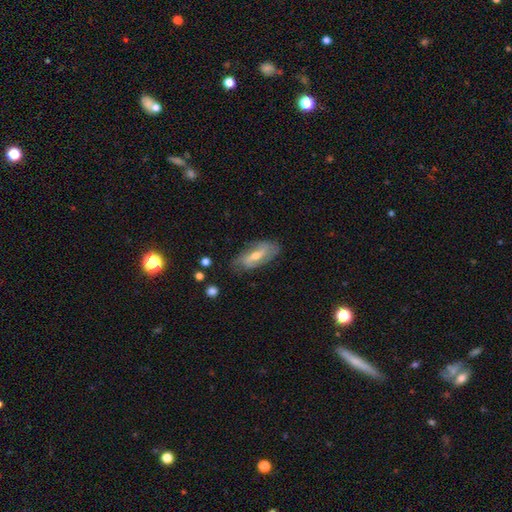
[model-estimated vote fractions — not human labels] Smooth or featured? Predicted: featured or disk (p=0.66). Edge-on disk? Predicted: no (p=0.86). Bar? Predicted: weak (p=0.42). Spiral arms? Predicted: yes (p=0.80). Bulge size? Predicted: moderate (p=0.59). Merging? Predicted: none (p=0.74).